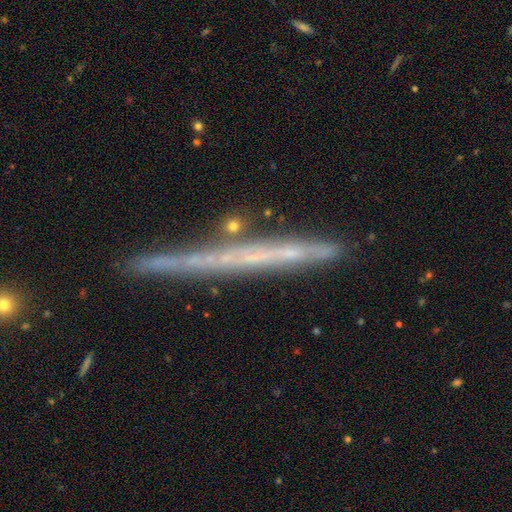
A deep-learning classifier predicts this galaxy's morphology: smooth_or_featured: featured or disk (p=0.61) [alt: smooth p=0.30]
disk_edge_on: yes (p=0.96) [alt: no p=0.04]
edge_on_bulge: none (p=0.93) [alt: rounded p=0.05]
merging: none (p=0.80) [alt: minor disturbance p=0.14]